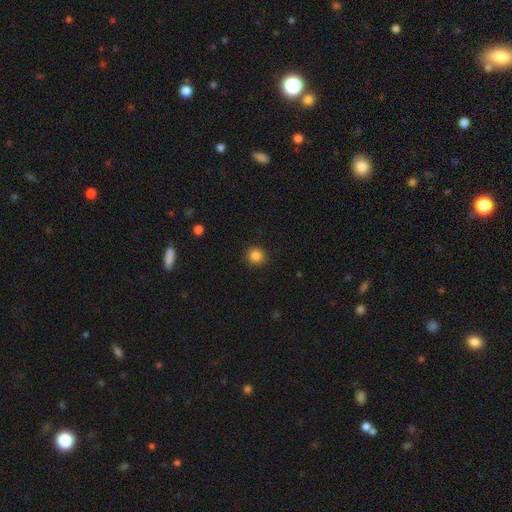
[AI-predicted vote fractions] Q: Smooth or featured?
A: smooth (85%); runner-up: star or artifact (11%)
Q: How rounded?
A: round (92%); runner-up: in between (7%)
Q: Merging?
A: none (92%); runner-up: minor disturbance (5%)